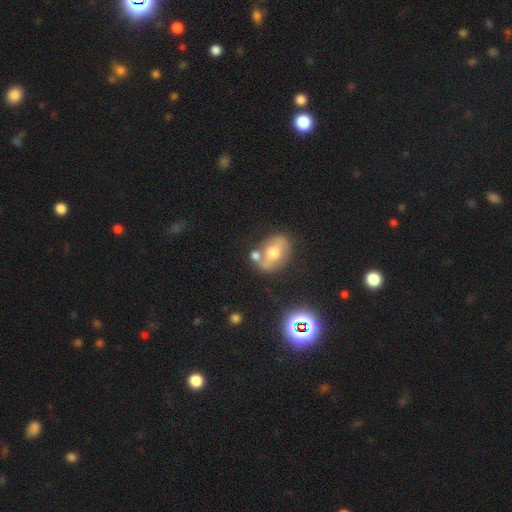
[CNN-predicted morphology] type=featured or disk (42%); merging=none (61%).